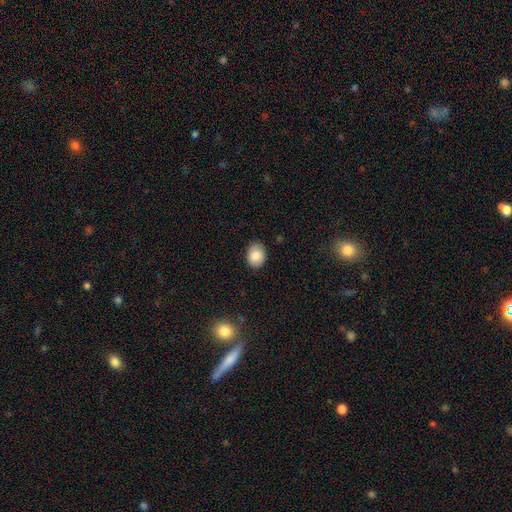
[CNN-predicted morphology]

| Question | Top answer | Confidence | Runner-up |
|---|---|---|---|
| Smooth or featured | smooth | 85% | star or artifact (8%) |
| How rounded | in between | 64% | round (35%) |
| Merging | none | 83% | minor disturbance (13%) |